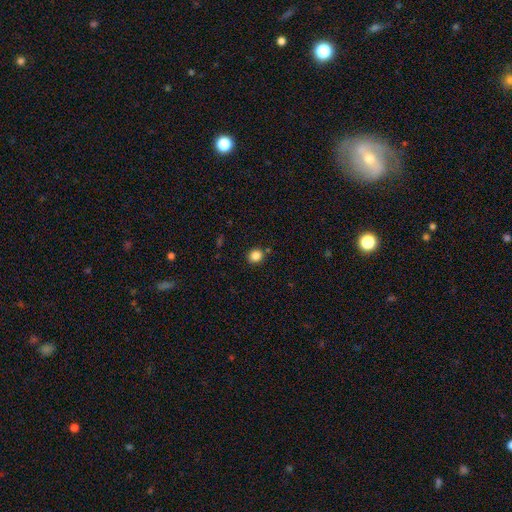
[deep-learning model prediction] This is clearly a smooth galaxy (85%). How rounded: likely round (77%). Merging: clearly none (86%).